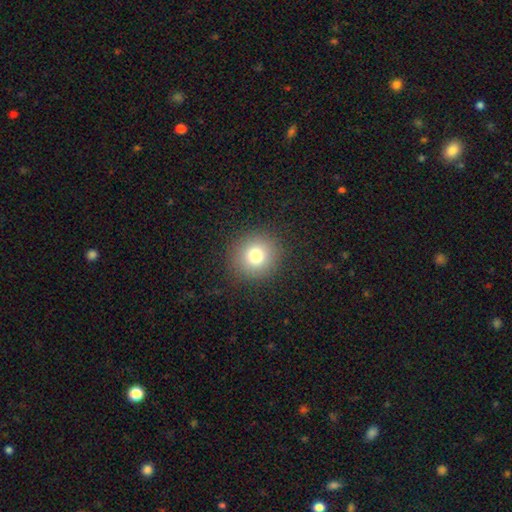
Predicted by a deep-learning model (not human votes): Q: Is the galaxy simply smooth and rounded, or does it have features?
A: smooth — 77%.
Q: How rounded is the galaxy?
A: round — 93%.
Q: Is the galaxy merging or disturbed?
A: none — 90%.